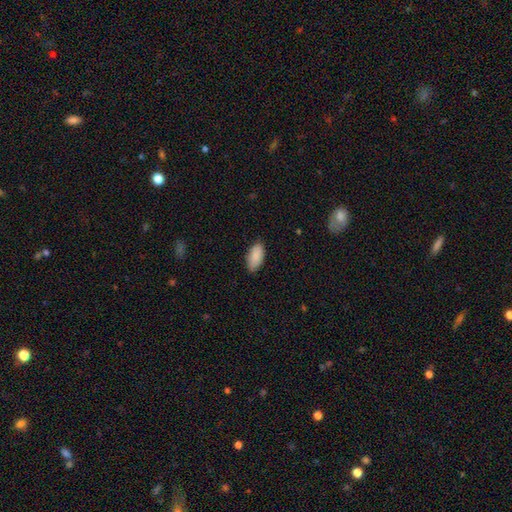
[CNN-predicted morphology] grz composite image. It shows a smooth galaxy with no disk features (89%) that is in between round and cigar-shaped (92%). Merging: none (83%).